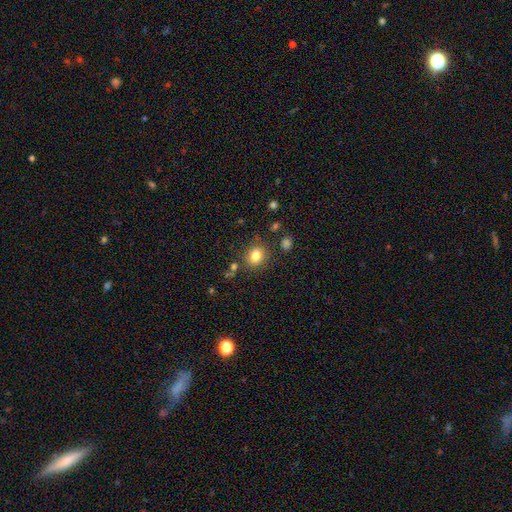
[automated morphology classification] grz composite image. It shows a smooth galaxy with no disk features (81%) that is round (60%). Merging: none (81%).